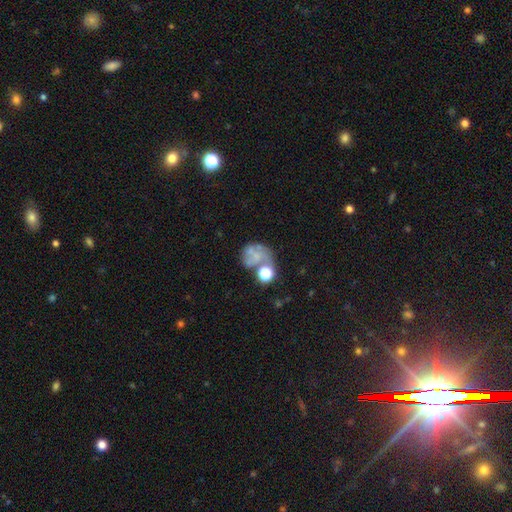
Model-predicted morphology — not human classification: This appears to be a smooth galaxy with no disk features (42%). Merging: none (31%).